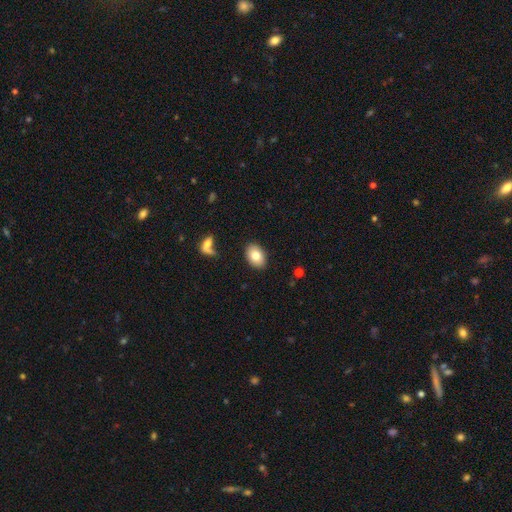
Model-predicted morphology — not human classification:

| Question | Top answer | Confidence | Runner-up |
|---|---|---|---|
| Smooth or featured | smooth | 80% | featured or disk (13%) |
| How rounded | in between | 84% | round (15%) |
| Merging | none | 88% | minor disturbance (8%) |